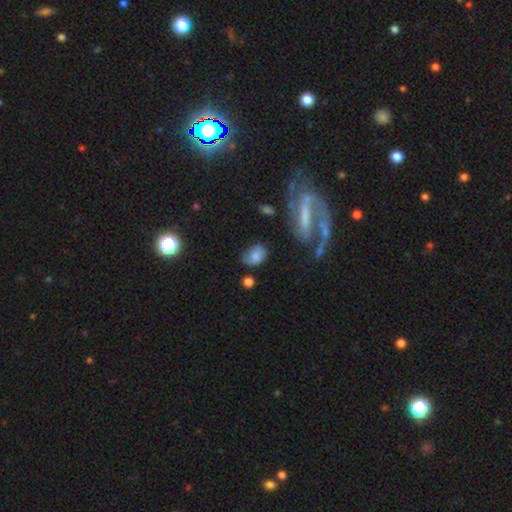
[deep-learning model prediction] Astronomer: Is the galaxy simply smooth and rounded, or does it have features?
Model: smooth — 69%.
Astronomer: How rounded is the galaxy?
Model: in between — 72%.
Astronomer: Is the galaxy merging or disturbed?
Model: none — 56%.